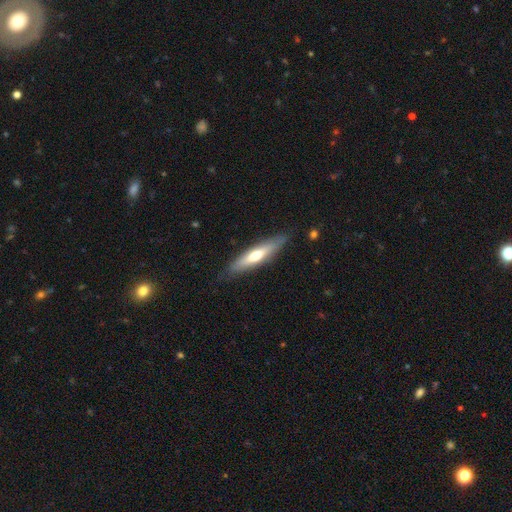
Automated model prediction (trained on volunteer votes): Smooth or featured? smooth (52%)
How rounded? cigar-shaped (80%)
Merging? none (85%)